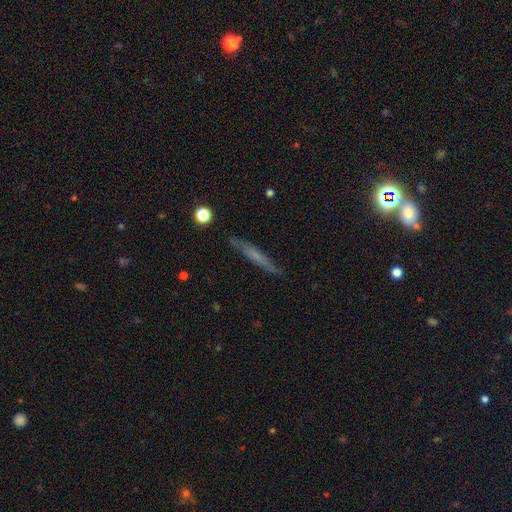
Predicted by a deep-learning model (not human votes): Q: Smooth or featured?
A: smooth (46%); runner-up: featured or disk (44%)
Q: Merging?
A: none (82%); runner-up: minor disturbance (14%)